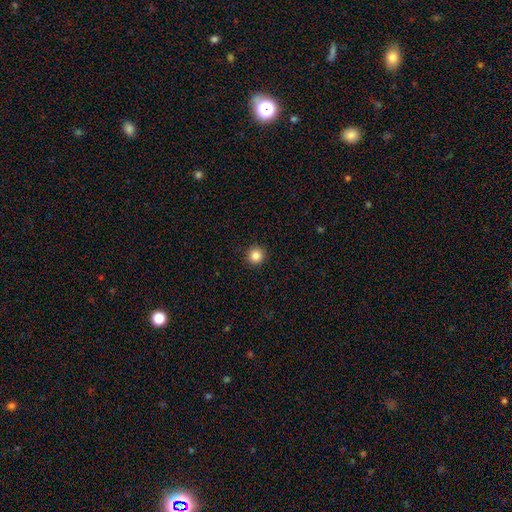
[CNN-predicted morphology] smooth 85%, star or artifact 11%, featured or disk 4%. Down the decision tree: how rounded — round (96%); merging — none (93%).